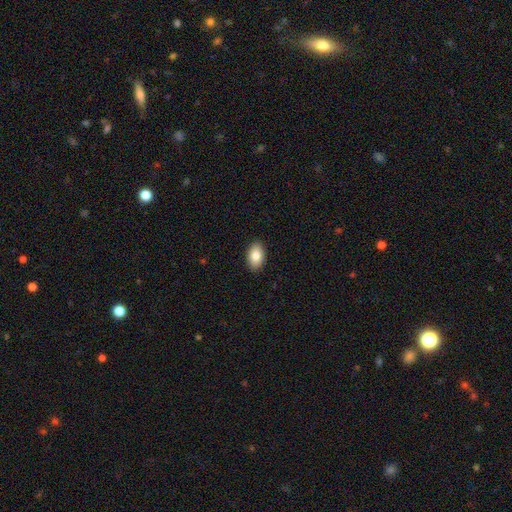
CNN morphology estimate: type=smooth (84%); roundness=in between (92%); merging=none (90%).